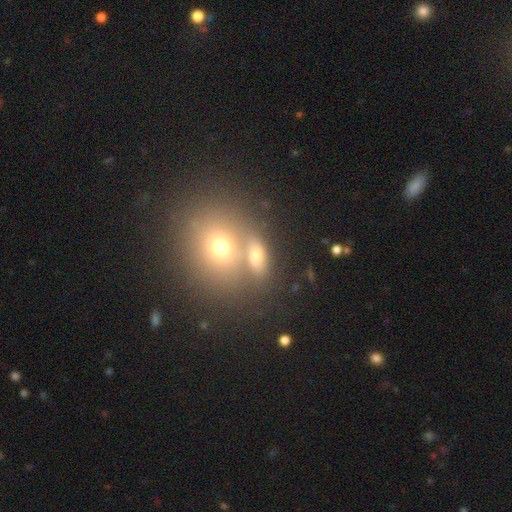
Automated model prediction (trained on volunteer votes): Smooth or featured: smooth — 69% (star or artifact — 16%)
How rounded: in between — 59% (round — 36%)
Merging: none — 48% (merger — 37%)